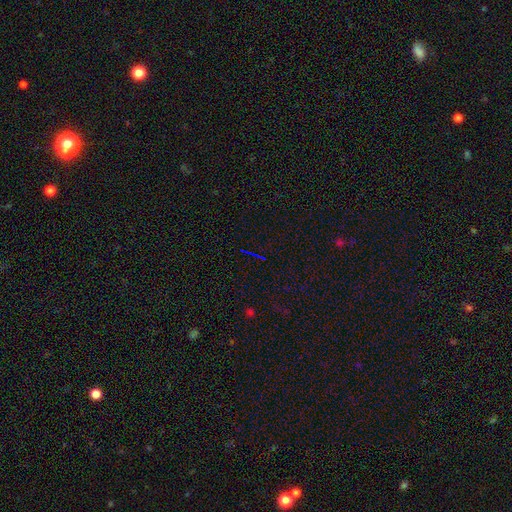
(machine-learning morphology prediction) This appears to be a star or artifact, not a galaxy (77%).